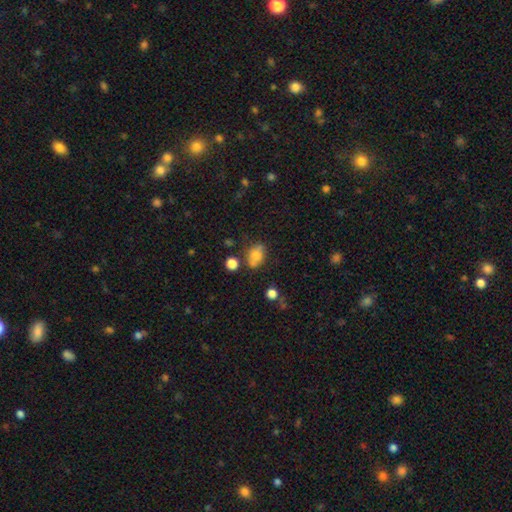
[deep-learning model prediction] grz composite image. It shows a smooth galaxy with no disk features (72%) that is in between round and cigar-shaped (74%). Merging: none (59%).